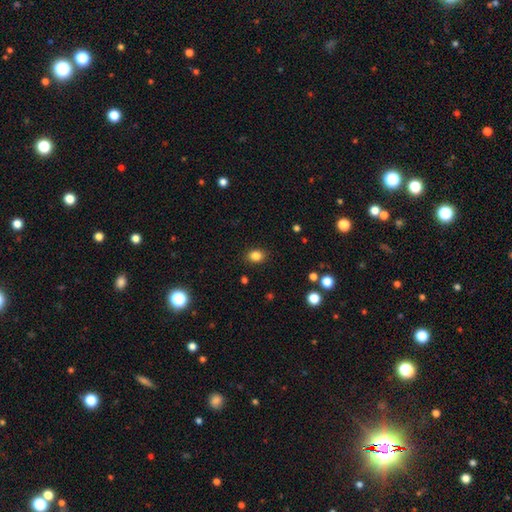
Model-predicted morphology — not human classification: Overall: smooth (84%). How rounded: in between (60%; round 39%). Merging: none (88%).